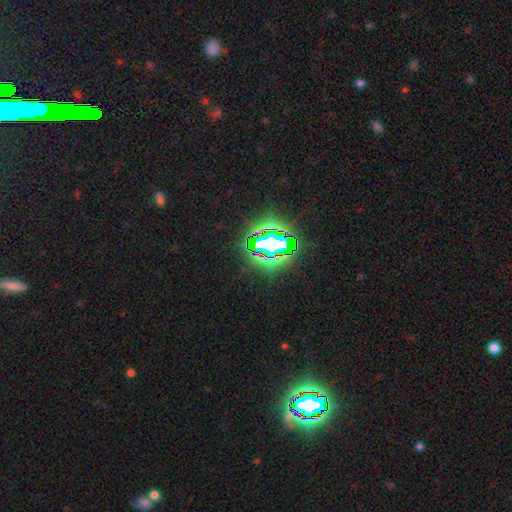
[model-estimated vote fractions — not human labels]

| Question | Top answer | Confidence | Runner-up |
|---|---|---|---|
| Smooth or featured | star or artifact | 82% | smooth (11%) |